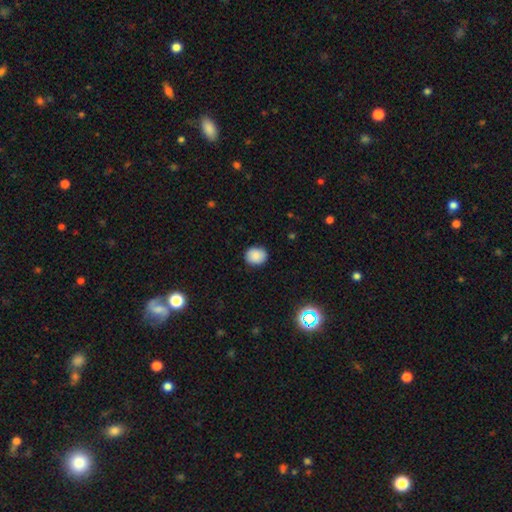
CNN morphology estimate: type=smooth (86%); roundness=round (65%); merging=none (88%).